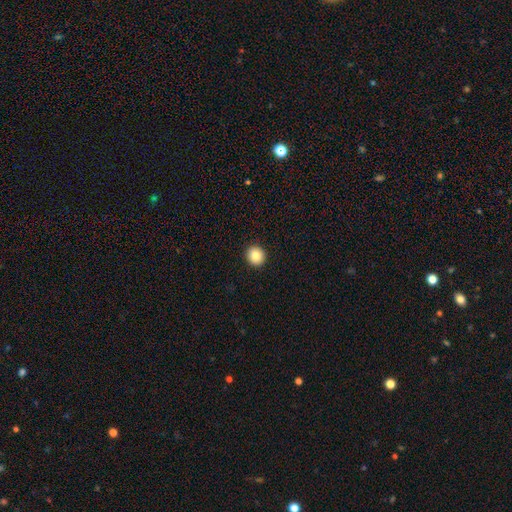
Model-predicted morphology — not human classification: This appears to be a smooth galaxy with no disk features (87%) that is round (91%). Merging: none (94%).